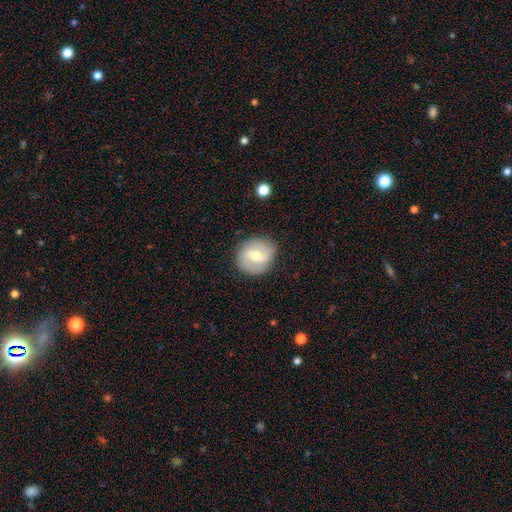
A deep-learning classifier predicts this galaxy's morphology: Smooth or featured?
  - featured or disk: 54% *
  - smooth: 39%
  - star or artifact: 7%
Edge-on disk?
  - no: 96% *
  - yes: 4%
Bar?
  - weak: 54% *
  - strong: 25%
  - no: 20%
Spiral arms?
  - yes: 69% *
  - no: 31%
Bulge size?
  - moderate: 67% *
  - small: 28%
  - large: 4%
  - none: 1%
  - dominant: 1%
Merging?
  - none: 84% *
  - minor disturbance: 11%
  - major disturbance: 3%
  - merger: 1%